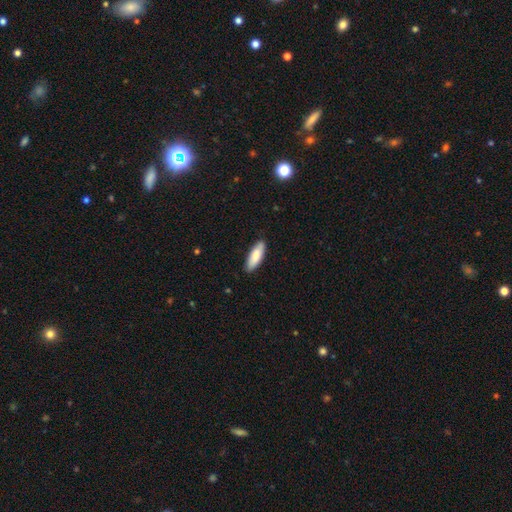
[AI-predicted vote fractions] Smooth or featured: smooth — 82% (featured or disk — 13%)
How rounded: in between — 59% (cigar-shaped — 39%)
Merging: none — 85% (minor disturbance — 12%)